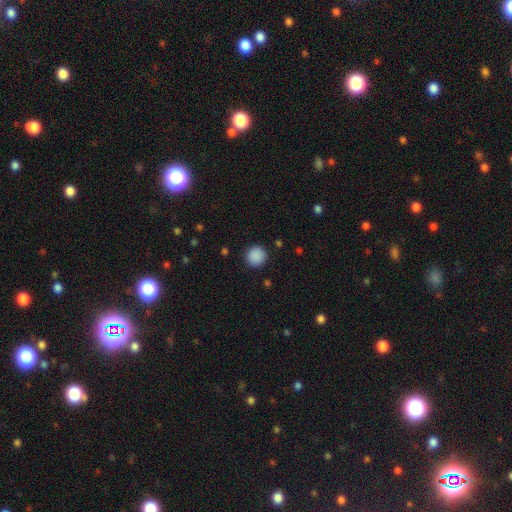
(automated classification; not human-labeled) The model was most divided on "smooth or featured": smooth: 88%, star or artifact: 9%, featured or disk: 3%. More confident: how rounded — round (92%); merging — none (90%).